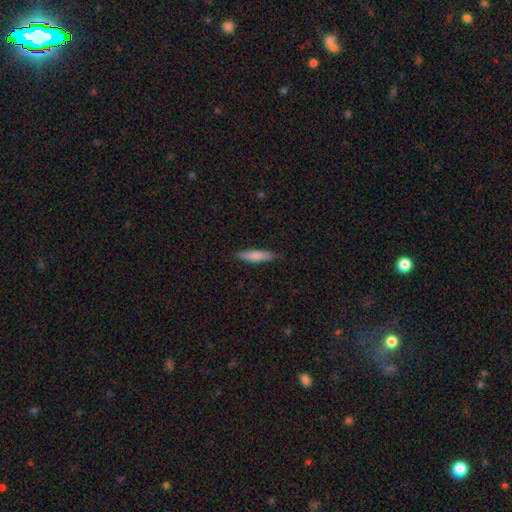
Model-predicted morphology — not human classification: Smooth or featured? smooth (77%)
How rounded? cigar-shaped (81%)
Merging? none (86%)